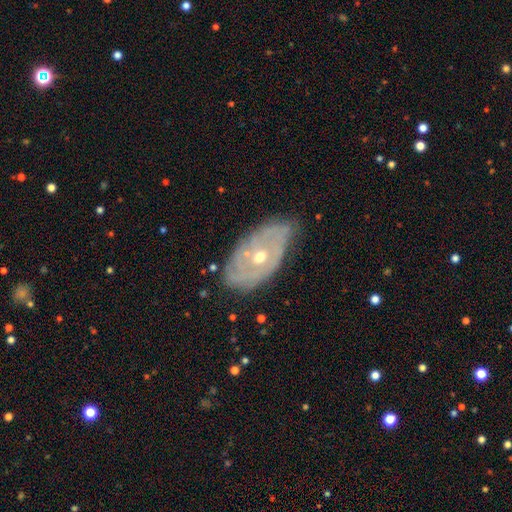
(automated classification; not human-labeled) This is likely a featured or disk galaxy (70%). It is clearly not viewed edge-on (88%). Bar: likely no (70%). Spiral arm pattern: likely yes (62%). Central bulge: possibly moderate (50%). Merging: likely none (78%).